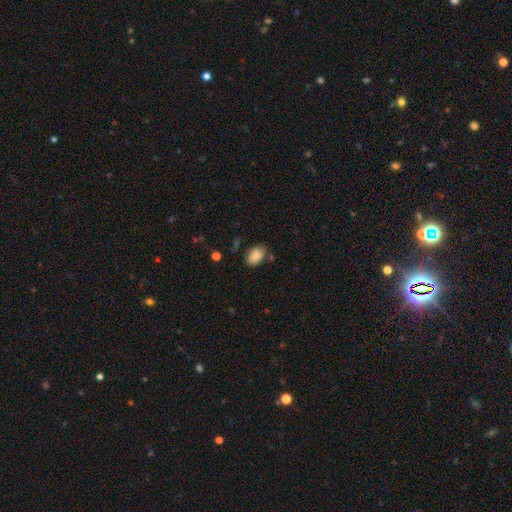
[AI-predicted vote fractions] A smooth galaxy with no disk features (85%) that is in between round and cigar-shaped (84%). Merging: none (68%).